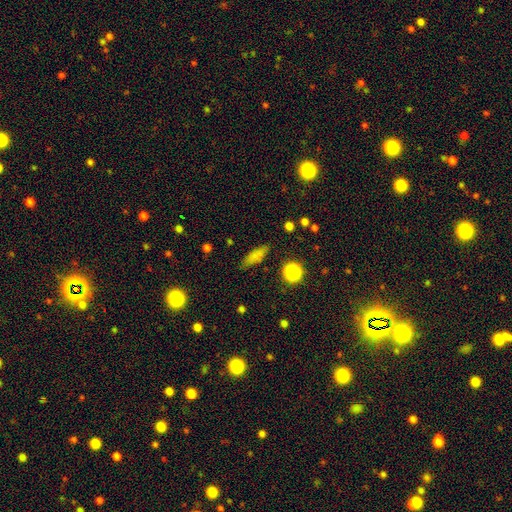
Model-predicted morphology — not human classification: type=smooth (77%); roundness=in between (48%); merging=none (82%).